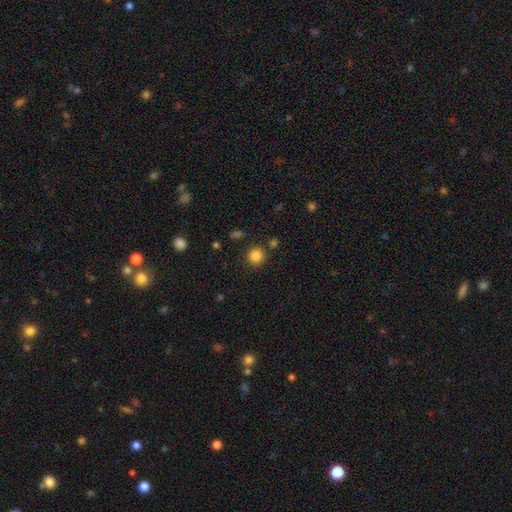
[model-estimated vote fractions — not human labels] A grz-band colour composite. It shows a smooth galaxy with no disk features (85%) that is round (90%). Merging: none (84%).